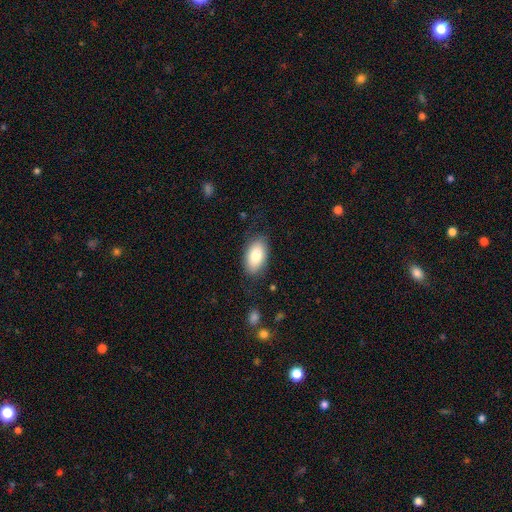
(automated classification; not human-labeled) Q: Smooth or featured?
A: smooth (79%); runner-up: featured or disk (14%)
Q: How rounded?
A: in between (93%); runner-up: round (5%)
Q: Merging?
A: none (81%); runner-up: minor disturbance (13%)